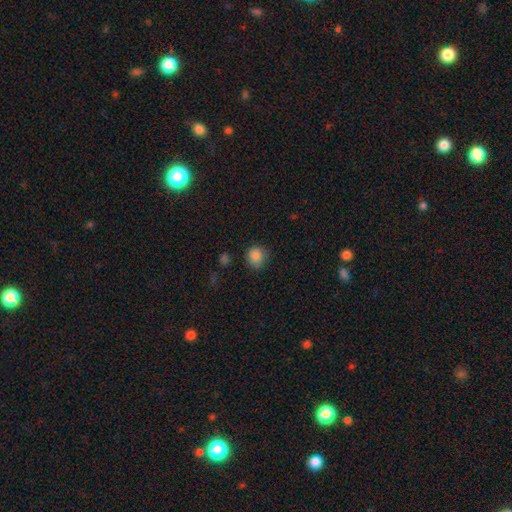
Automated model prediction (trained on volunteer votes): A smooth galaxy with no disk features (86%) that is round (86%).

Vote fractions:
- Smooth or featured? smooth: 86% / star or artifact: 10% / featured or disk: 4%
- How rounded? round: 86% / in between: 13% / cigar-shaped: 1%
- Merging? none: 79% / minor disturbance: 16% / major disturbance: 3% / merger: 2%